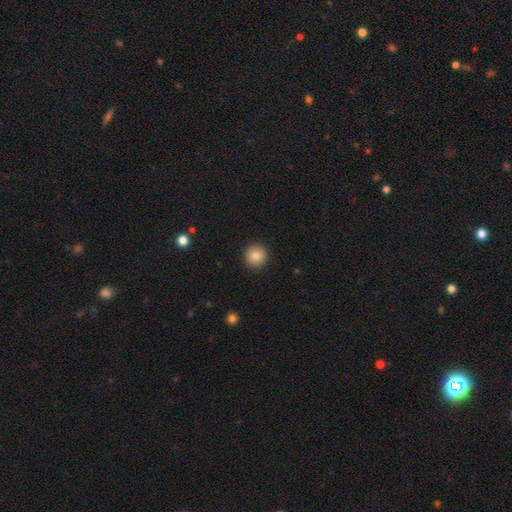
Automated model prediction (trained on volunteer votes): A smooth galaxy with no disk features (86%) that is round (94%). Merging: none (92%).